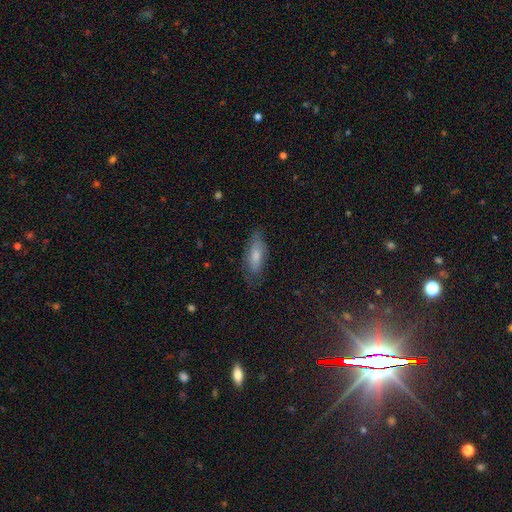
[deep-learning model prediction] Smooth or featured? smooth (65%)
How rounded? in between (68%)
Merging? none (67%)